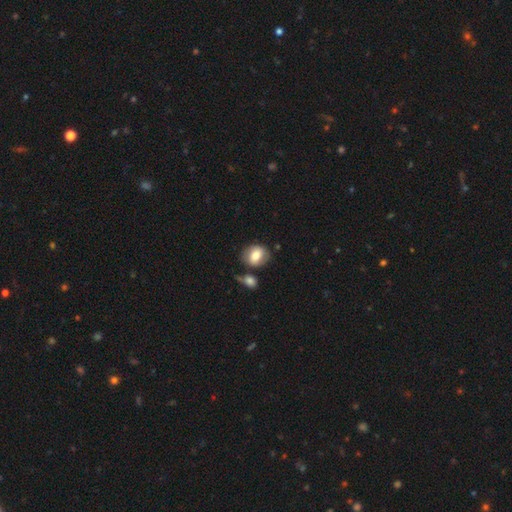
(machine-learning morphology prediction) smooth_or_featured: smooth (p=0.73) [alt: featured or disk p=0.20]
how_rounded: round (p=0.58) [alt: in between p=0.41]
merging: none (p=0.65) [alt: merger p=0.15]